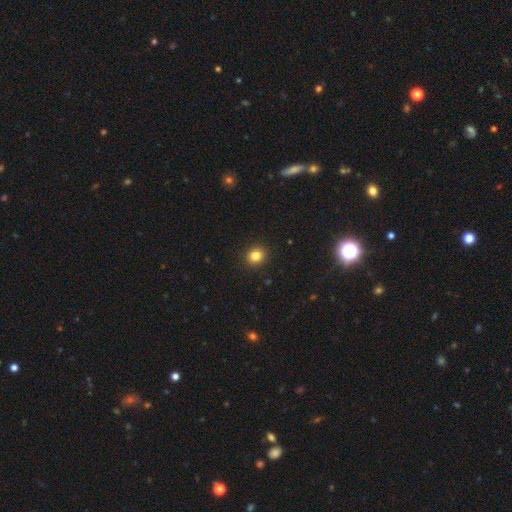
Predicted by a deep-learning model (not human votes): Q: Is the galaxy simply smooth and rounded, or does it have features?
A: smooth — 83%.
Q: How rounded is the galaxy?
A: round — 77%.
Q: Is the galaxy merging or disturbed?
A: none — 91%.